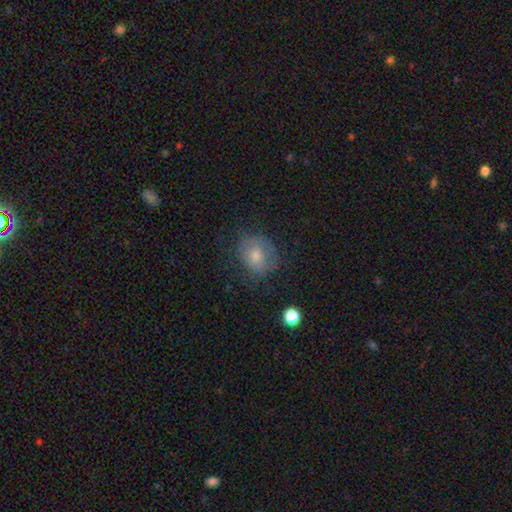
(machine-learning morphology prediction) Smooth or featured: smooth — 61% (featured or disk — 27%)
How rounded: round — 66% (in between — 33%)
Merging: none — 67% (minor disturbance — 22%)